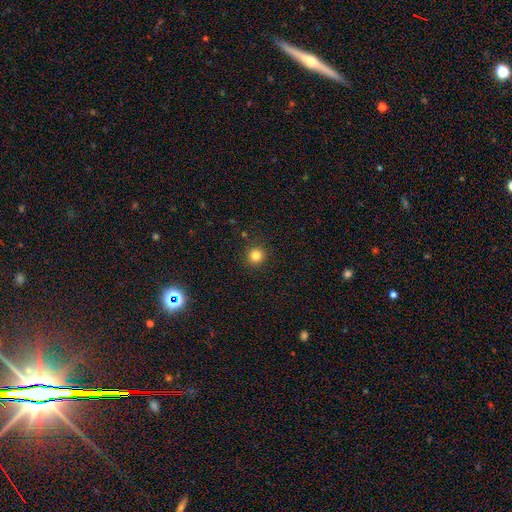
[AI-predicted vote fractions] This appears to be a smooth galaxy with no disk features (82%) that is round (93%). Merging: none (90%).